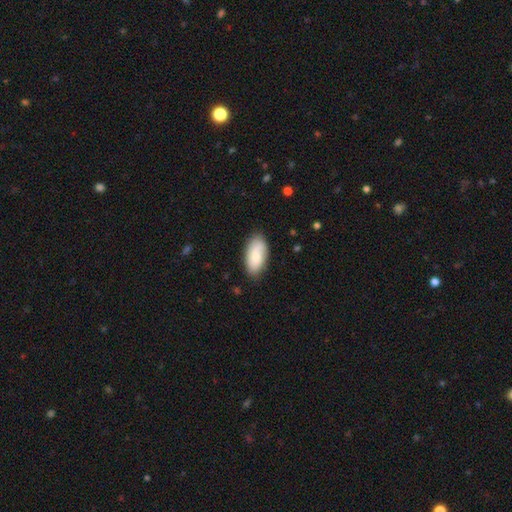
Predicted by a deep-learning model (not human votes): This appears to be a smooth galaxy with no disk features (79%) that is in between round and cigar-shaped (93%). Merging: none (80%).